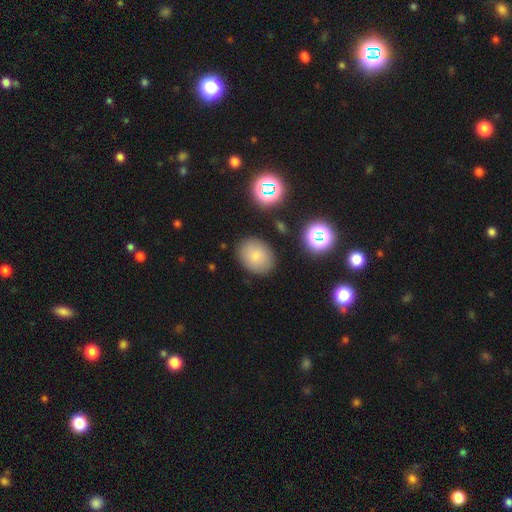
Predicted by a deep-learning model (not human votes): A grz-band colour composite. It shows a smooth galaxy with no disk features (78%) that is in between round and cigar-shaped (54%). Merging: none (85%).